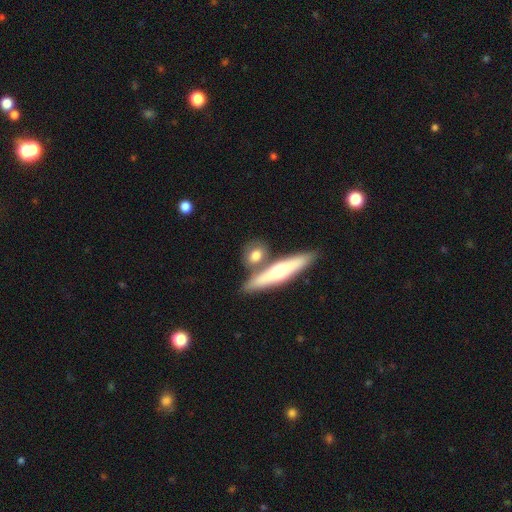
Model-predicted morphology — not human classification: The model was most divided on "how rounded": in between: 40%, round: 31%, cigar-shaped: 29%. More confident: smooth or featured — smooth (70%); merging — none (63%).